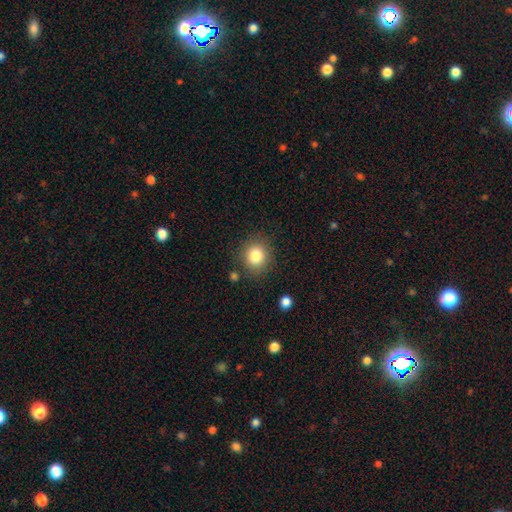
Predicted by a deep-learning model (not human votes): A smooth galaxy with no disk features (83%) that is round (83%).

Vote fractions:
- Smooth or featured? smooth: 83% / star or artifact: 11% / featured or disk: 7%
- How rounded? round: 83% / in between: 16% / cigar-shaped: 1%
- Merging? none: 84% / minor disturbance: 10% / major disturbance: 3% / merger: 3%